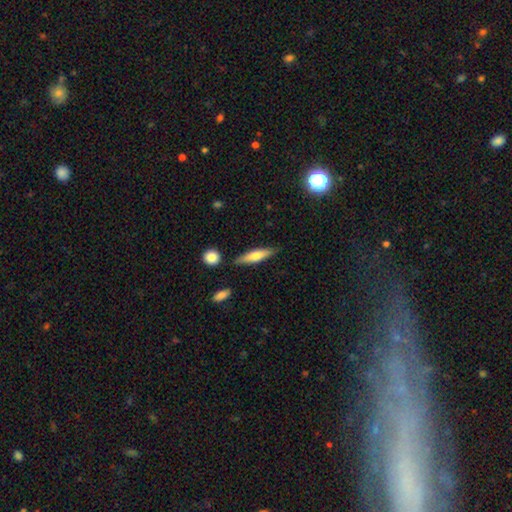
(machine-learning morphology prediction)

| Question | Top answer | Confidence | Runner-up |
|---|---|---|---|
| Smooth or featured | smooth | 60% | featured or disk (34%) |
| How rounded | cigar-shaped | 74% | in between (24%) |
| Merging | none | 83% | minor disturbance (11%) |